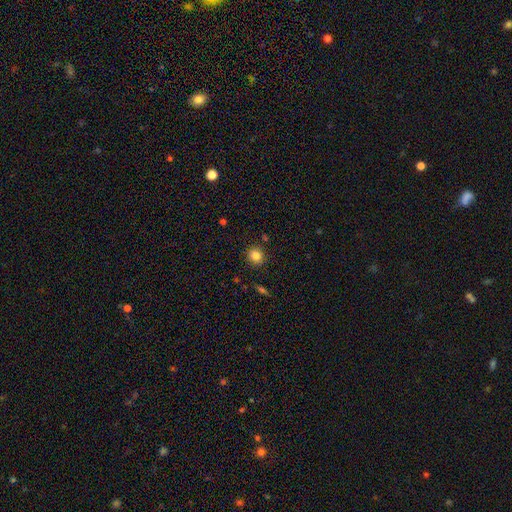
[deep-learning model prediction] Smooth or featured? Predicted: smooth (p=0.83). How rounded? Predicted: round (p=0.89). Merging? Predicted: none (p=0.89).